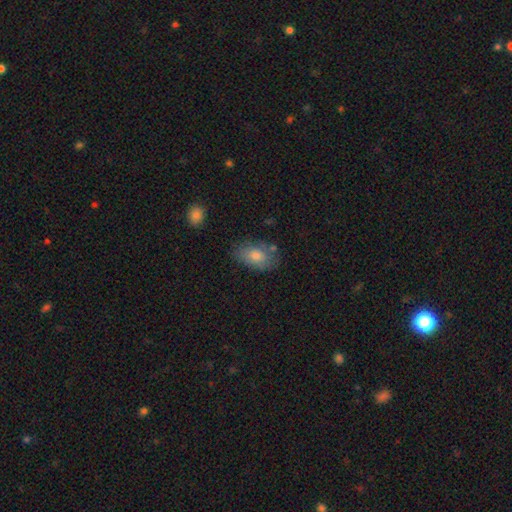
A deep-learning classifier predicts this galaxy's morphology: smooth 77%, featured or disk 15%, star or artifact 8%. Down the decision tree: how rounded — in between (89%); merging — none (71%).